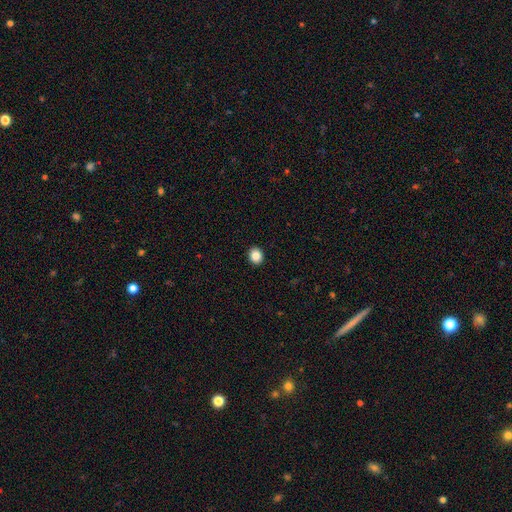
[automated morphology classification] A smooth galaxy with no disk features (86%) that is round (64%). Merging: none (92%).